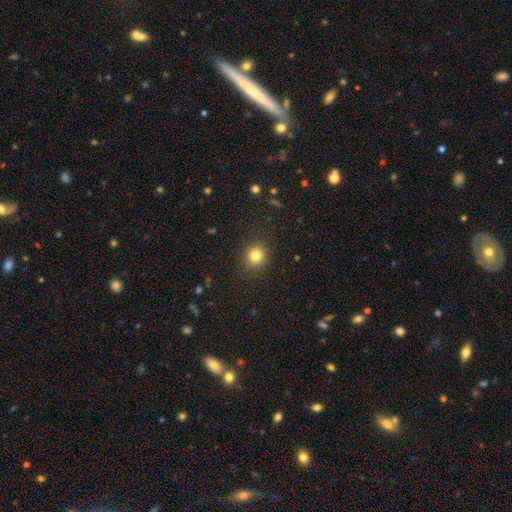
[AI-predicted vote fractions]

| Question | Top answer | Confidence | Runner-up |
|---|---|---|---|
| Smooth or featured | smooth | 82% | star or artifact (12%) |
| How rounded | round | 83% | in between (16%) |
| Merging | none | 89% | minor disturbance (7%) |